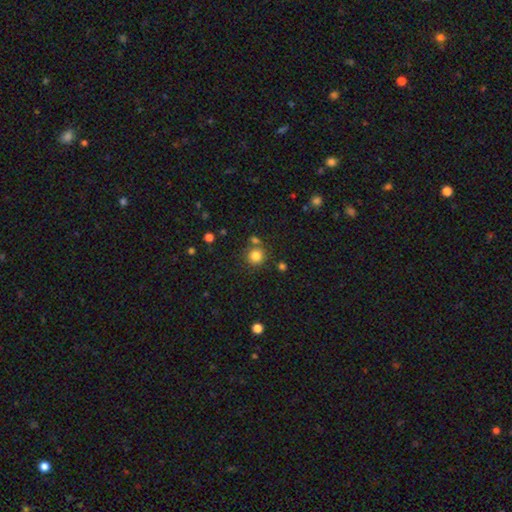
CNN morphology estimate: Smooth or featured: smooth — 82% (star or artifact — 12%)
How rounded: round — 91% (in between — 8%)
Merging: none — 74% (merger — 13%)